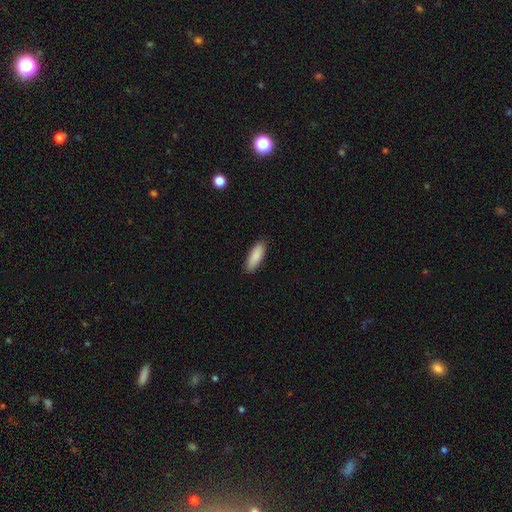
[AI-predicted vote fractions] A smooth galaxy with no disk features (89%) that is in between round and cigar-shaped (62%). Merging: none (88%).